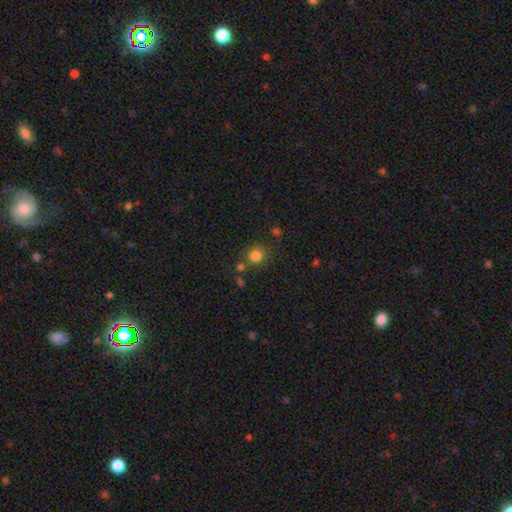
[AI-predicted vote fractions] Q: Smooth or featured?
A: smooth (81%); runner-up: star or artifact (13%)
Q: How rounded?
A: round (80%); runner-up: in between (19%)
Q: Merging?
A: none (74%); runner-up: minor disturbance (12%)